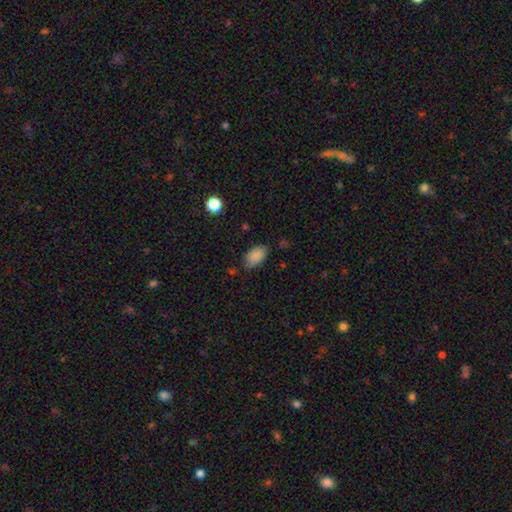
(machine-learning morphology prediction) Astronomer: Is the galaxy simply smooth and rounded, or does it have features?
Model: smooth — 86%.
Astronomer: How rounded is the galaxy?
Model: in between — 91%.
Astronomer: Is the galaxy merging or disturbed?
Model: none — 72%.